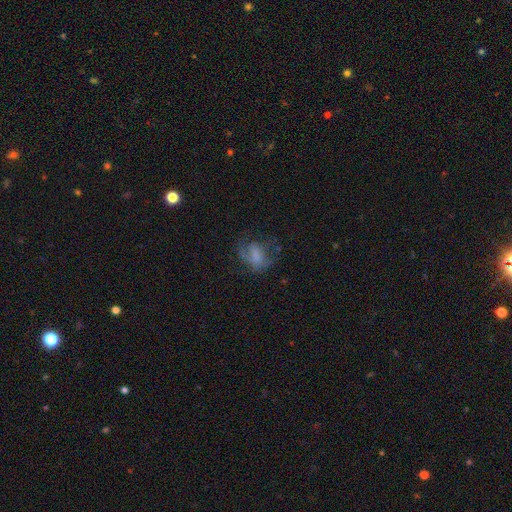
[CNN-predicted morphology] smooth 50%, featured or disk 38%, star or artifact 12%. Down the decision tree: merging — none (39%).